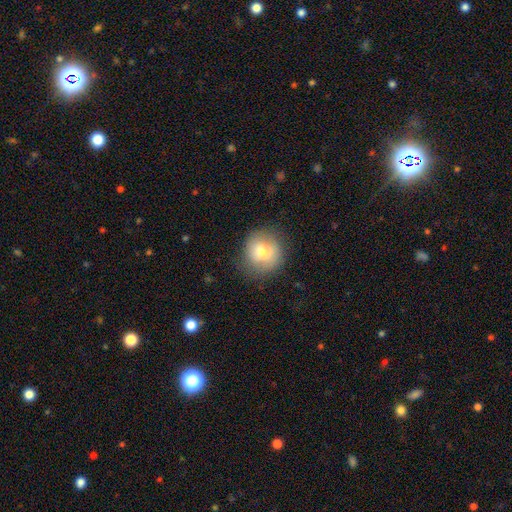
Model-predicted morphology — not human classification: smooth-or-featured: smooth: 72% | featured or disk: 18% | star or artifact: 9%
  how-rounded: round: 87% | in between: 12% | cigar-shaped: 1%
  merging: none: 80% | minor disturbance: 15% | major disturbance: 4% | merger: 1%